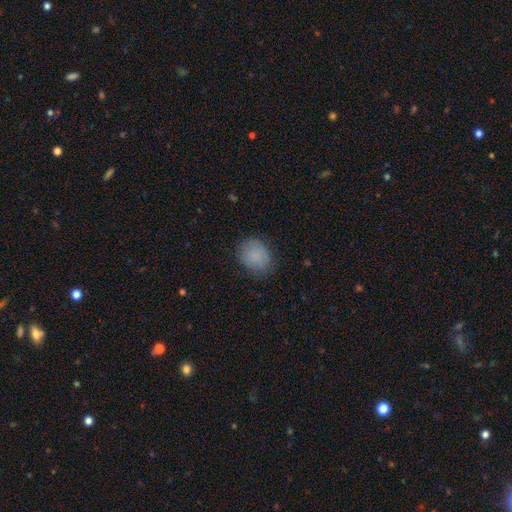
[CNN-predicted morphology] smooth_or_featured: smooth (p=0.85) [alt: star or artifact p=0.08]
how_rounded: round (p=0.55) [alt: in between p=0.44]
merging: none (p=0.80) [alt: minor disturbance p=0.15]